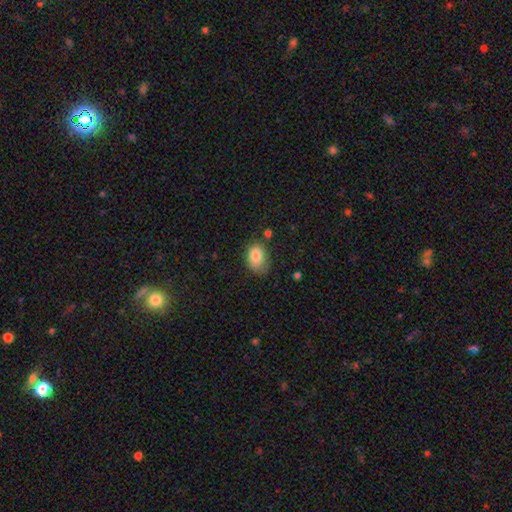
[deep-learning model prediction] smooth 83%, featured or disk 9%, star or artifact 8%. Down the decision tree: how rounded — in between (77%); merging — none (58%).